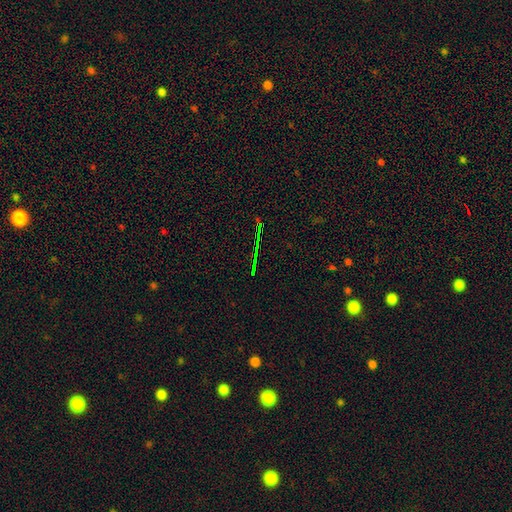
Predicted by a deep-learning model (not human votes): This appears to be a star or artifact, not a galaxy (76%).